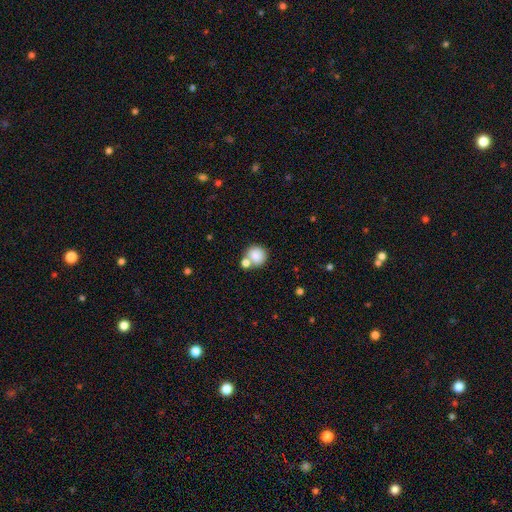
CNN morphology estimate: A smooth galaxy with no disk features (83%) that is round (89%).

Vote fractions:
- Smooth or featured? smooth: 83% / star or artifact: 9% / featured or disk: 8%
- How rounded? round: 89% / in between: 10% / cigar-shaped: 1%
- Merging? none: 55% / merger: 31% / minor disturbance: 10% / major disturbance: 4%